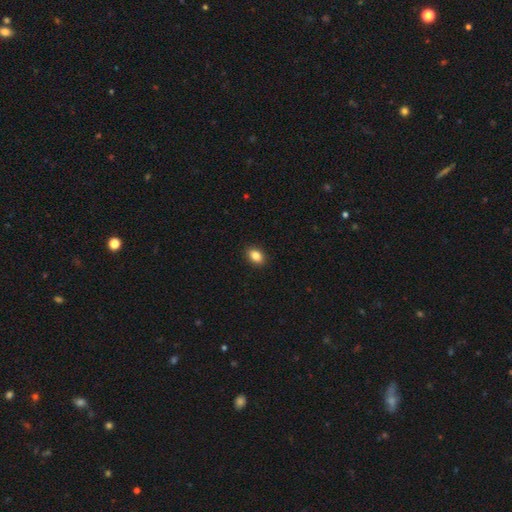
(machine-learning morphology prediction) This is clearly a smooth galaxy (86%). How rounded: clearly in between (82%). Merging: clearly none (90%).